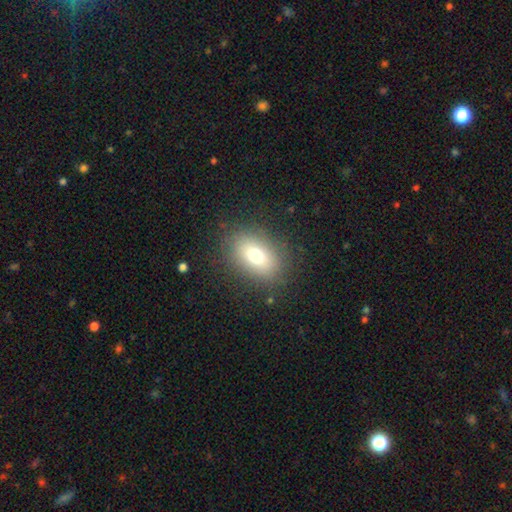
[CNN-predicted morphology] This appears to be a smooth galaxy with no disk features (74%) that is in between round and cigar-shaped (79%). Merging: none (84%).